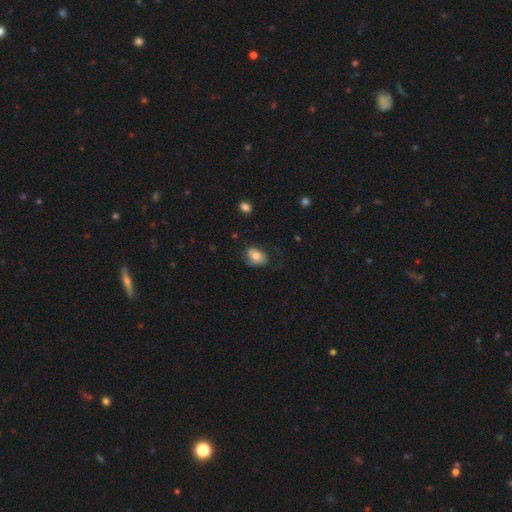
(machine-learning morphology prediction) Q: Smooth or featured?
A: smooth (76%); runner-up: featured or disk (16%)
Q: How rounded?
A: in between (81%); runner-up: round (18%)
Q: Merging?
A: none (64%); runner-up: minor disturbance (25%)